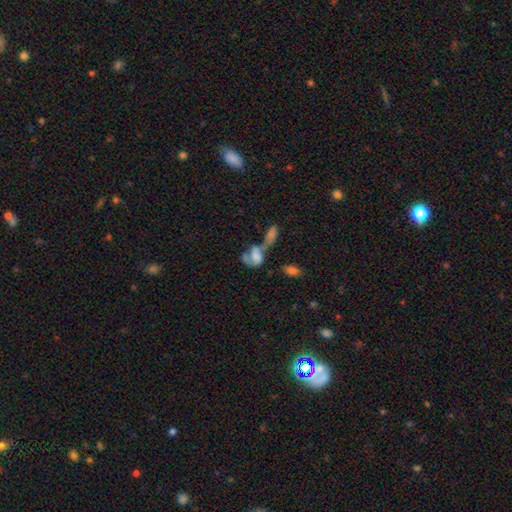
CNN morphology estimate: Q: Smooth or featured?
A: smooth (56%); runner-up: featured or disk (33%)
Q: How rounded?
A: in between (78%); runner-up: round (17%)
Q: Merging?
A: merger (57%); runner-up: major disturbance (17%)